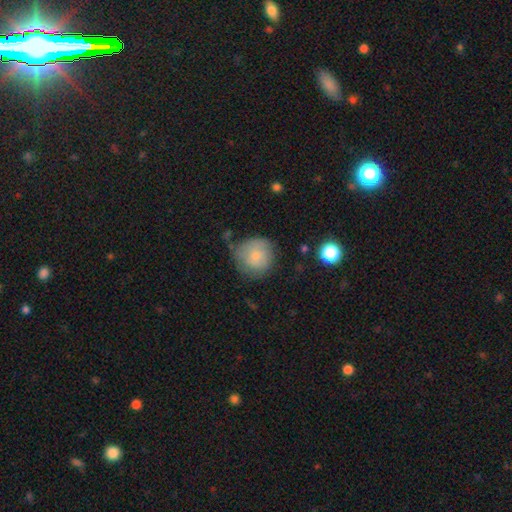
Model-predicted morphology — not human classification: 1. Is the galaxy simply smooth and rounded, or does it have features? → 74% smooth, 19% featured or disk, 8% star or artifact.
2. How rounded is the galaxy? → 91% round, 8% in between, 1% cigar-shaped.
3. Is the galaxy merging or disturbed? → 60% none, 27% minor disturbance, 9% major disturbance, 4% merger.